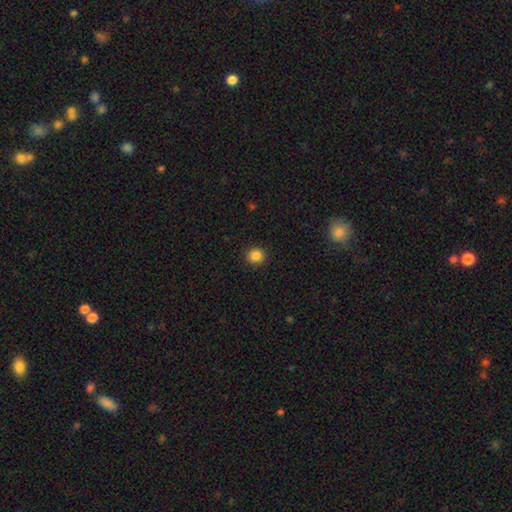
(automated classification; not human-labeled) Smooth or featured: smooth — 85% (star or artifact — 11%)
How rounded: round — 88% (in between — 11%)
Merging: none — 92% (minor disturbance — 5%)